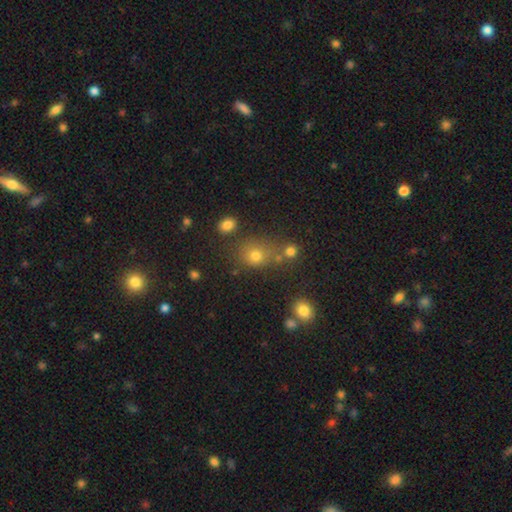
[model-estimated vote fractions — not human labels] Overall: smooth (72%). How rounded: round (69%; in between 29%). Merging: none (63%).